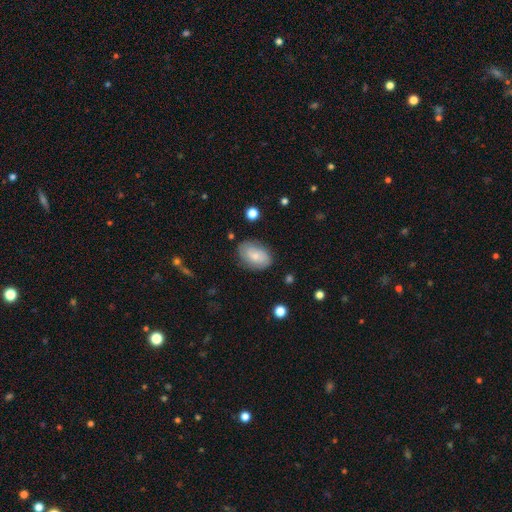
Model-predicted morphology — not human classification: This appears to be a smooth galaxy with no disk features (62%) that is in between round and cigar-shaped (88%). Merging: none (77%).